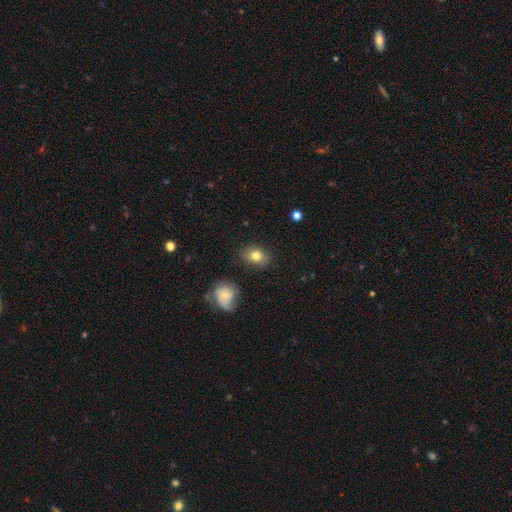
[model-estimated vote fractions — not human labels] Smooth or featured? Predicted: smooth (p=0.76). How rounded? Predicted: in between (p=0.66). Merging? Predicted: none (p=0.81).